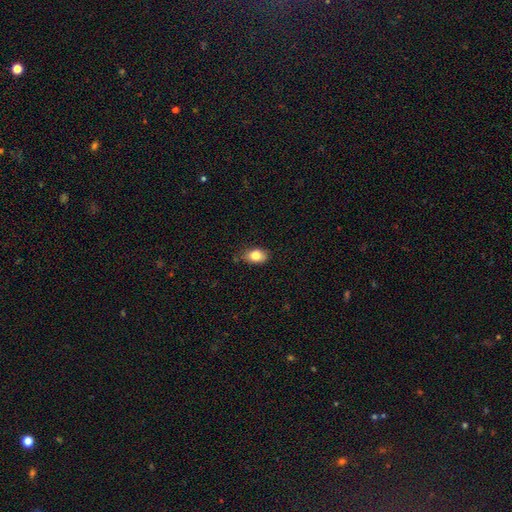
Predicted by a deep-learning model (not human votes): This is clearly a smooth galaxy (82%). How rounded: clearly in between (82%). Merging: likely none (74%).